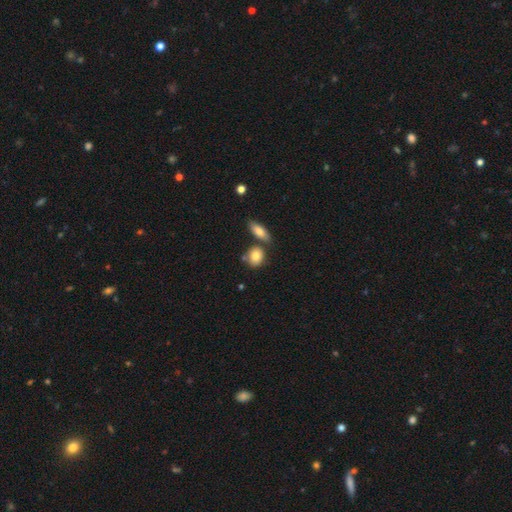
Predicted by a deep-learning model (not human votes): Smooth or featured: smooth — 82% (featured or disk — 10%)
How rounded: round — 48% (tied with in between — 48%)
Merging: none — 60% (merger — 23%)